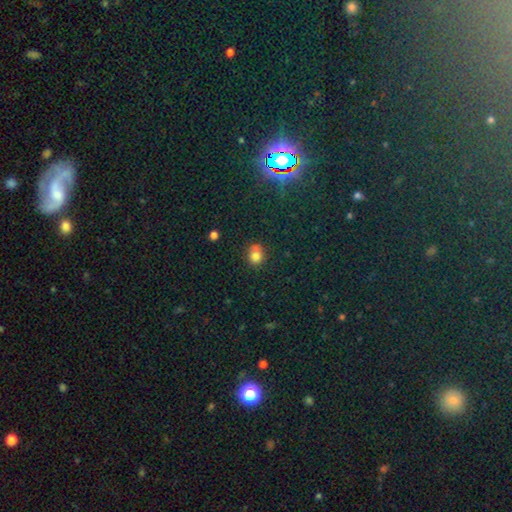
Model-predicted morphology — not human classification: This is likely a smooth galaxy (79%). How rounded: likely round (74%). Merging: possibly none (58%).